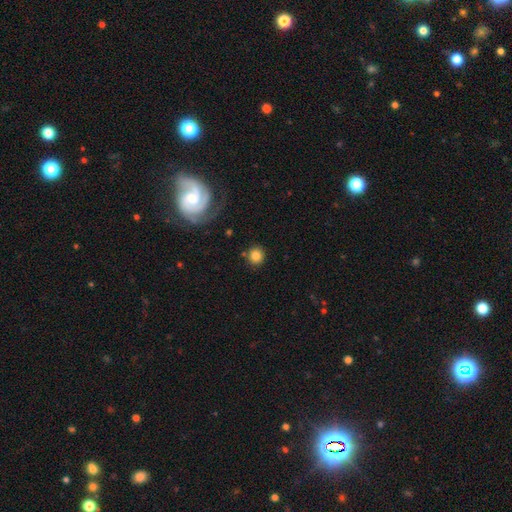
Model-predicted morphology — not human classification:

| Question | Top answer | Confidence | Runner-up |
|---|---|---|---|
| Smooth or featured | smooth | 80% | star or artifact (10%) |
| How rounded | round | 90% | in between (9%) |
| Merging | none | 85% | minor disturbance (8%) |